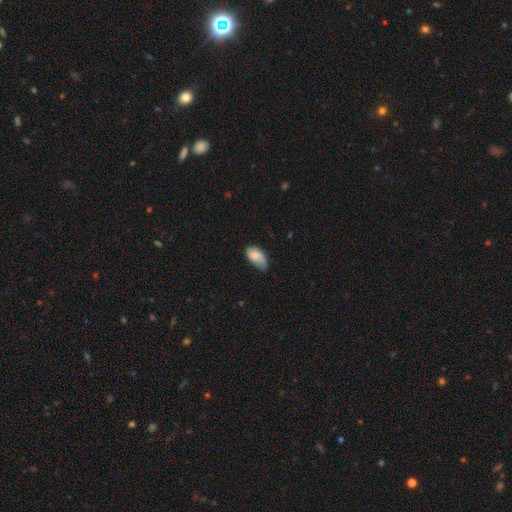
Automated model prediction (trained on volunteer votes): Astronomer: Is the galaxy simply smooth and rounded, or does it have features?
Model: smooth — 72%.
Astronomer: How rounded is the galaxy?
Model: in between — 93%.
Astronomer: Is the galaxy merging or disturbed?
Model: none — 49% (runner-up: minor disturbance, 38%).